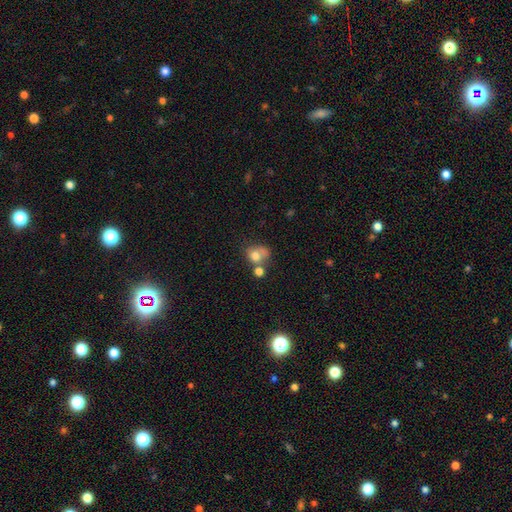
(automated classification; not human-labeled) smooth 71%, featured or disk 17%, star or artifact 12%. Down the decision tree: how rounded — round (62%); merging — merger (40%).